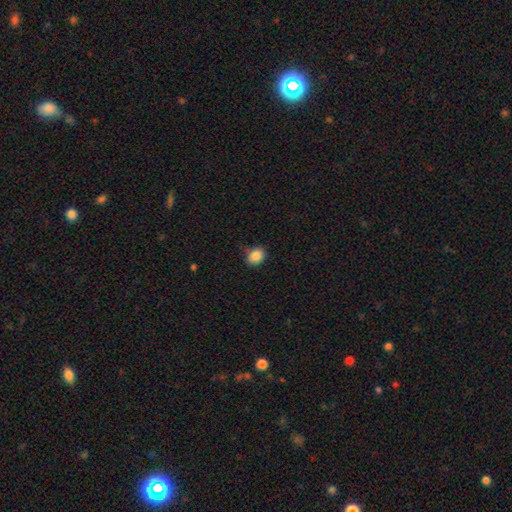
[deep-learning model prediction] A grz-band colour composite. It shows a smooth galaxy with no disk features (87%) that is in between round and cigar-shaped (51%). Merging: none (77%).